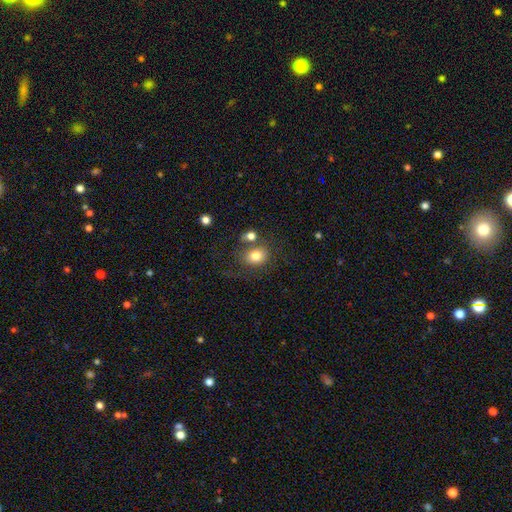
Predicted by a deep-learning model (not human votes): A smooth galaxy with no disk features (79%) that is round (59%).

Vote fractions:
- Smooth or featured? smooth: 79% / star or artifact: 11% / featured or disk: 10%
- How rounded? round: 59% / in between: 40% / cigar-shaped: 1%
- Merging? none: 60% / merger: 19% / minor disturbance: 14% / major disturbance: 8%